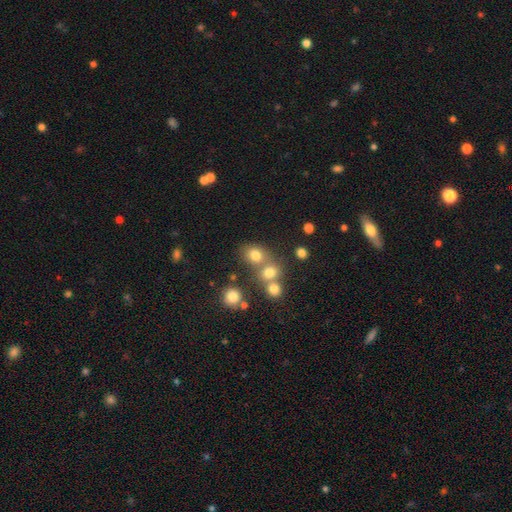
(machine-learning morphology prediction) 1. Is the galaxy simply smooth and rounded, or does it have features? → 74% smooth, 16% star or artifact, 10% featured or disk.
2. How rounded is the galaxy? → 67% round, 31% in between, 1% cigar-shaped.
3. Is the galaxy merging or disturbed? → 51% none, 35% merger, 10% minor disturbance, 5% major disturbance.